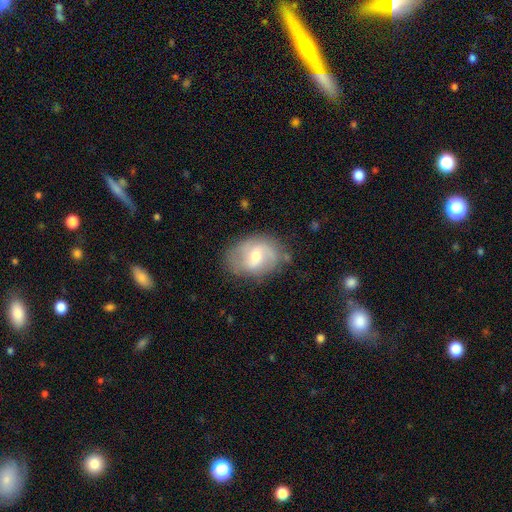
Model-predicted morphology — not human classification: A featured or disk galaxy (65%) with a weak bar (56%), 2 (75%) medium (44%) spiral arms (83%) and a moderate central bulge (59%). Merging: none (69%).